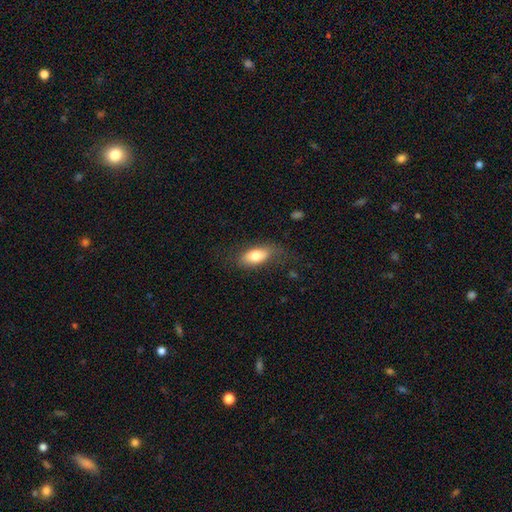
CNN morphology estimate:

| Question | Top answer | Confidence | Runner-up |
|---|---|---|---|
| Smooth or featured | smooth | 76% | featured or disk (18%) |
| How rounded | in between | 84% | cigar-shaped (12%) |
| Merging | none | 69% | minor disturbance (21%) |